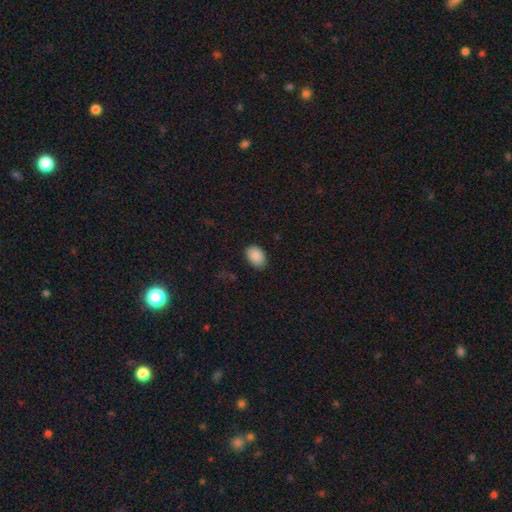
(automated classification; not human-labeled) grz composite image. It shows a smooth galaxy with no disk features (89%) that is in between round and cigar-shaped (83%). Merging: none (84%).